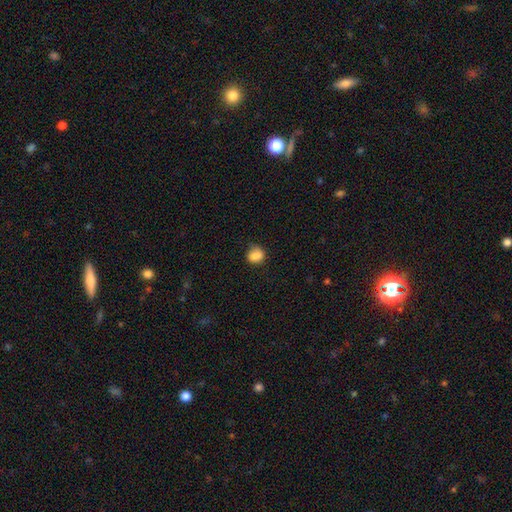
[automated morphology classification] Overall: smooth (78%). How rounded: round (68%; in between 31%). Merging: none (46%; merger 29%).